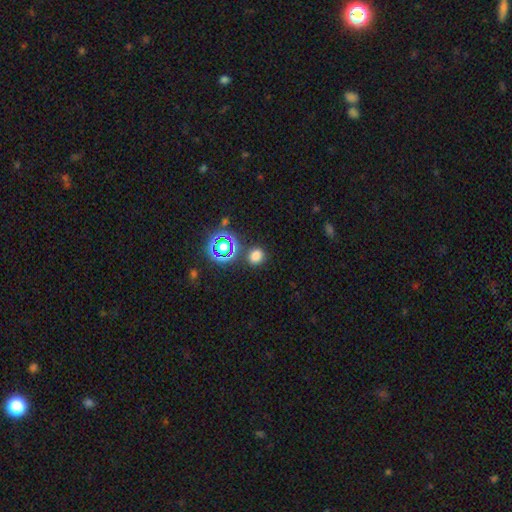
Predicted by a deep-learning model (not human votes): Morphology: type=smooth (70%); roundness=round (67%); merging=none (82%).